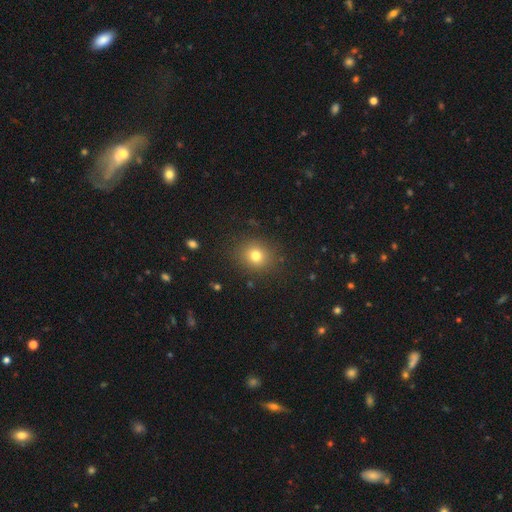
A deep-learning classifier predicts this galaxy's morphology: This appears to be a smooth galaxy with no disk features (77%) that is round (74%). Merging: none (87%).